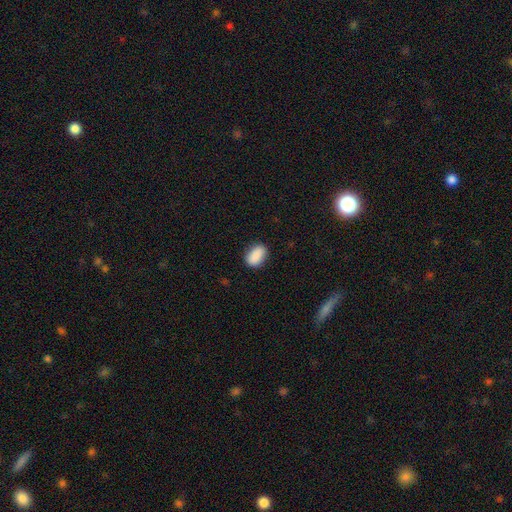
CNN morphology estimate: This is clearly a smooth galaxy (88%). How rounded: clearly in between (86%). Merging: clearly none (84%).